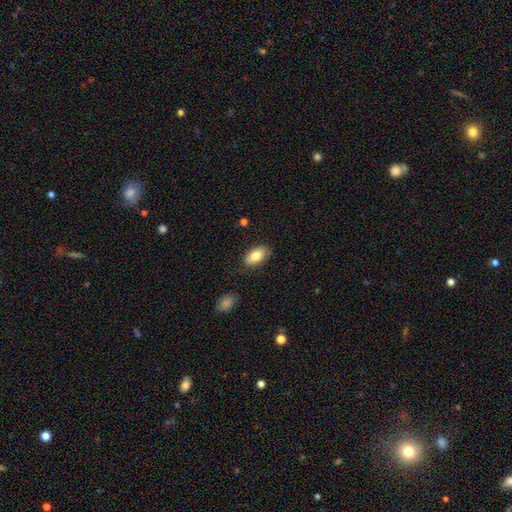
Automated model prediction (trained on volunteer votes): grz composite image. It shows a smooth galaxy with no disk features (81%) that is in between round and cigar-shaped (93%). Merging: none (82%).